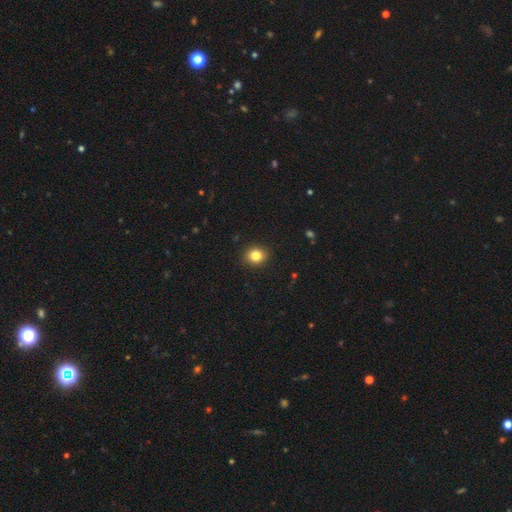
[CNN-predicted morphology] This appears to be a smooth galaxy with no disk features (83%) that is round (75%). Merging: none (90%).